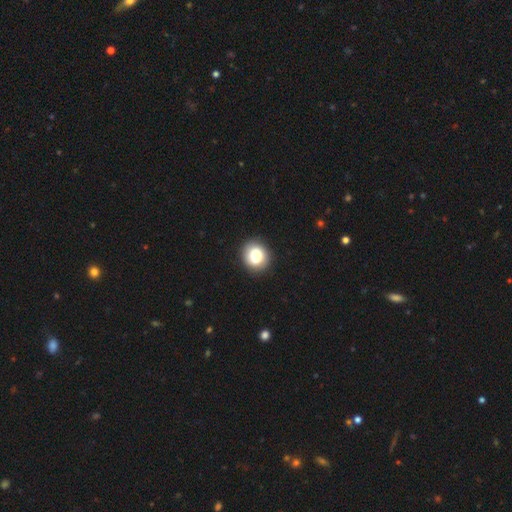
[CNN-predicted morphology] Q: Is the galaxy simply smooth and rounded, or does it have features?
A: smooth — 79%.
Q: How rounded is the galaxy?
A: round — 83%.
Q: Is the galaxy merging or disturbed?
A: none — 88%.